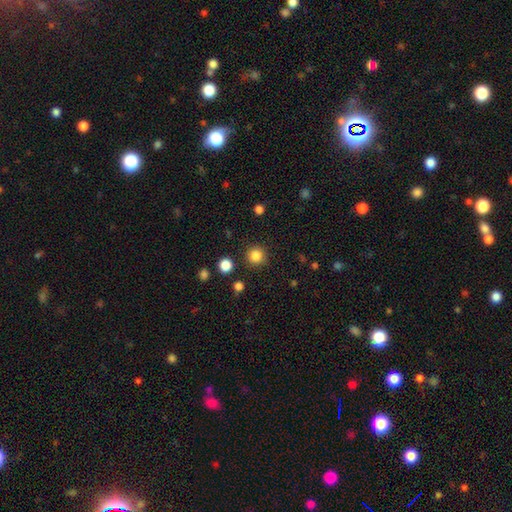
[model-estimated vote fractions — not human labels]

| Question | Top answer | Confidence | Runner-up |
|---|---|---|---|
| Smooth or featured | smooth | 85% | star or artifact (12%) |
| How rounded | round | 95% | in between (4%) |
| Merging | none | 90% | minor disturbance (6%) |